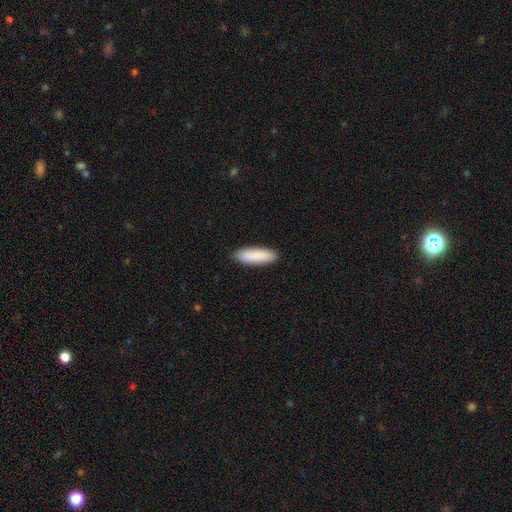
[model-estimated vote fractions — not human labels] Smooth or featured? Predicted: smooth (p=0.88). How rounded? Predicted: cigar-shaped (p=0.53). Merging? Predicted: none (p=0.90).